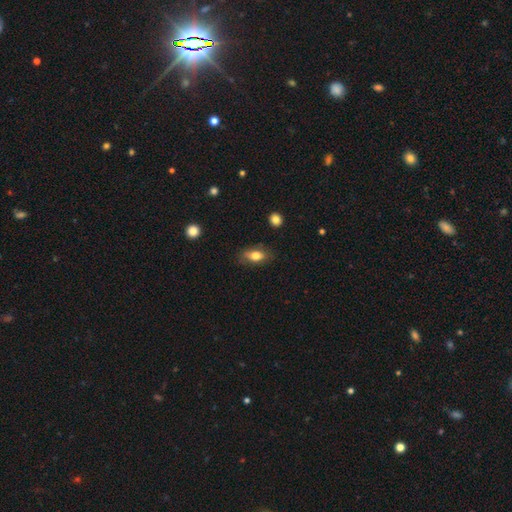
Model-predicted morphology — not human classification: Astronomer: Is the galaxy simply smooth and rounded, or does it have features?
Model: smooth — 74%.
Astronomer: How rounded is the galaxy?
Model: in between — 84%.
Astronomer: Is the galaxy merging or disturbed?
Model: none — 72%.